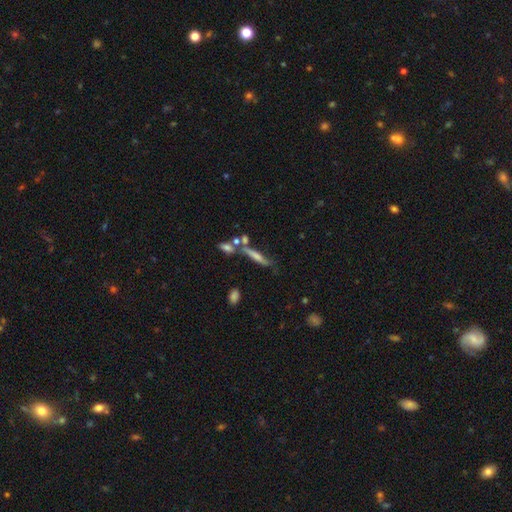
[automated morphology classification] Q: Smooth or featured?
A: featured or disk (48%); runner-up: smooth (40%)
Q: Merging?
A: none (60%); runner-up: merger (19%)